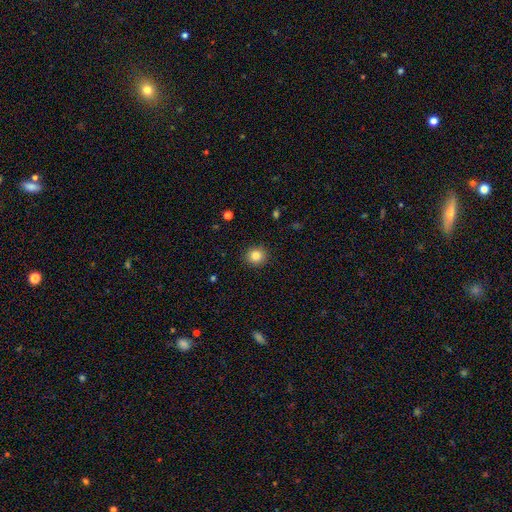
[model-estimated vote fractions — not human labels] This is clearly a smooth galaxy (83%). How rounded: clearly round (92%). Merging: clearly none (91%).